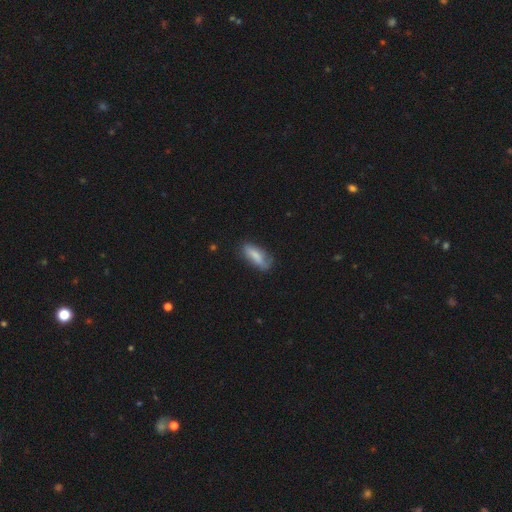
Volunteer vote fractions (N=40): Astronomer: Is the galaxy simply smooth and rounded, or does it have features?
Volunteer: smooth — 78%.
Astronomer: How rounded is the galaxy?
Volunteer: in between — 58% (runner-up: cigar-shaped, 39%).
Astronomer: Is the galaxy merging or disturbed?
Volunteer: none — 62%.